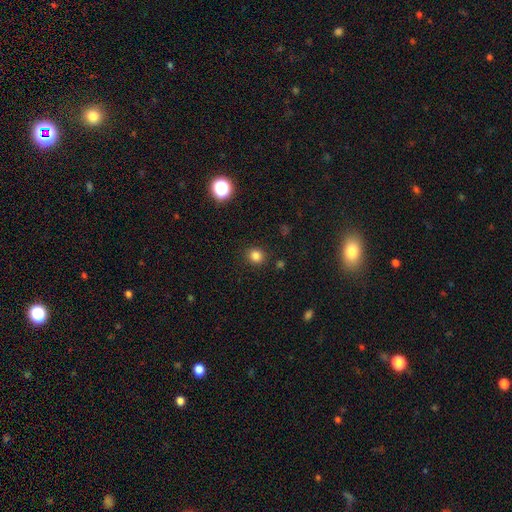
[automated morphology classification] A smooth galaxy with no disk features (83%) that is round (80%).

Vote fractions:
- Smooth or featured? smooth: 83% / star or artifact: 13% / featured or disk: 4%
- How rounded? round: 80% / in between: 19% / cigar-shaped: 1%
- Merging? none: 88% / minor disturbance: 8% / major disturbance: 3% / merger: 2%